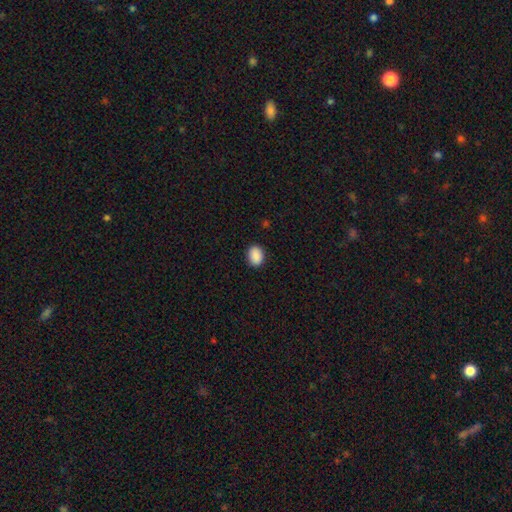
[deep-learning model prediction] Smooth or featured? smooth (90%)
How rounded? in between (64%)
Merging? none (89%)